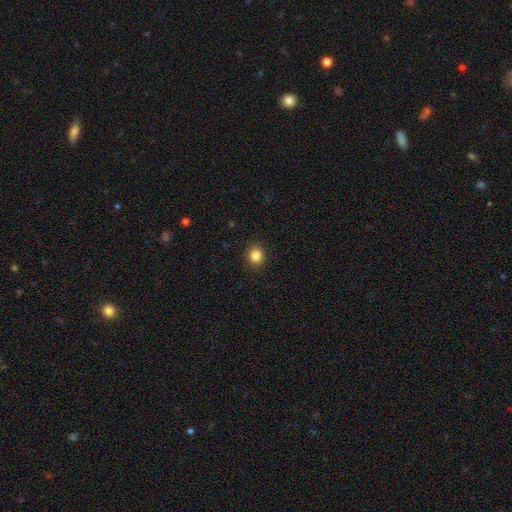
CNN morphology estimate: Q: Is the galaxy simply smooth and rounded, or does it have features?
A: smooth — 85%.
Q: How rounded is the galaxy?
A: round — 76%.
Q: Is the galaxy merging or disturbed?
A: none — 91%.